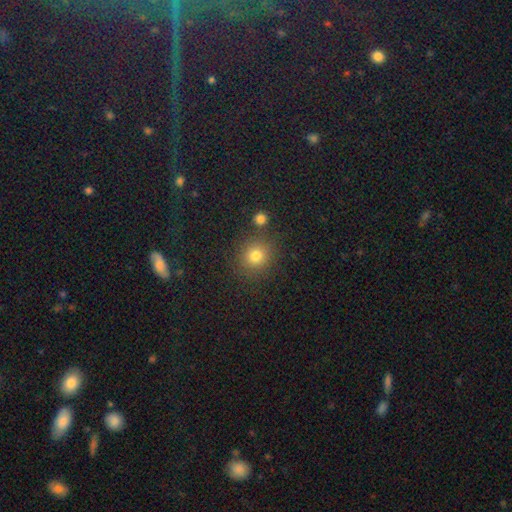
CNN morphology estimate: Smooth or featured? smooth (78%)
How rounded? round (87%)
Merging? none (81%)